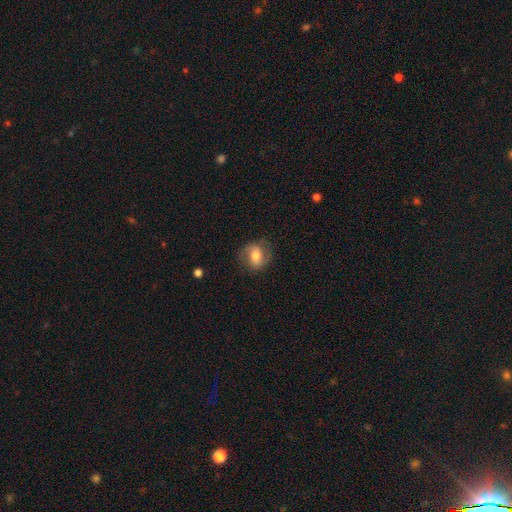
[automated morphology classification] Smooth or featured: smooth — 52% (featured or disk — 40%)
How rounded: round — 50% (in between — 49%)
Merging: none — 72% (minor disturbance — 18%)